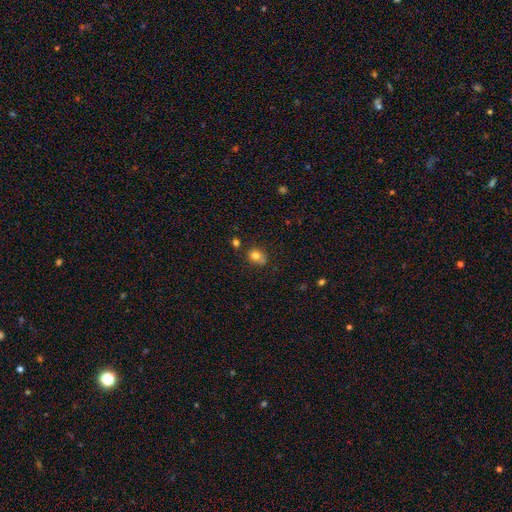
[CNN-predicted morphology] This is likely a smooth galaxy (78%). How rounded: likely round (64%). Merging: possibly none (55%).